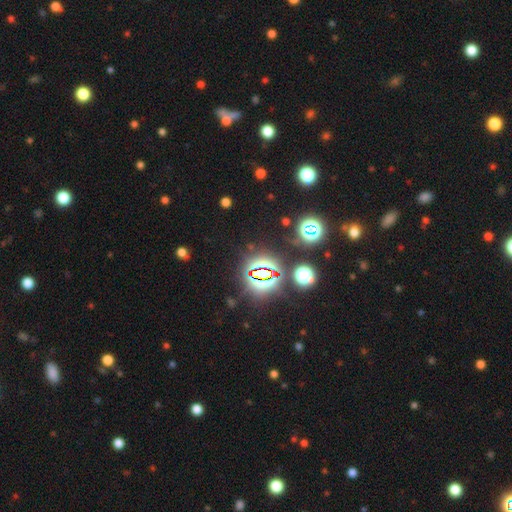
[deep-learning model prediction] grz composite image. It shows a star or artifact, not a galaxy (79%).